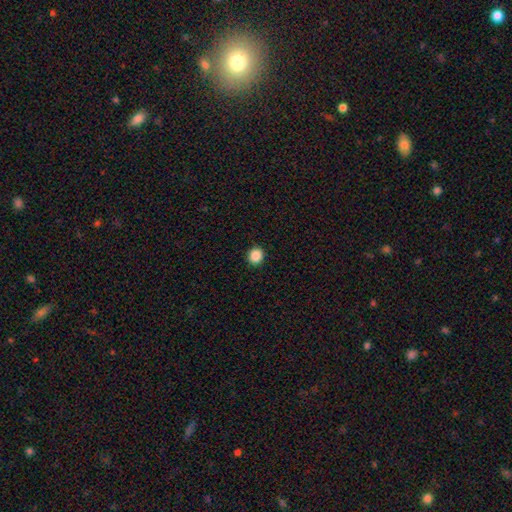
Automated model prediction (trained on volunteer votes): smooth-or-featured: smooth: 87% | star or artifact: 10% | featured or disk: 3%
  how-rounded: round: 89% | in between: 10% | cigar-shaped: 1%
  merging: none: 92% | minor disturbance: 5% | major disturbance: 2% | merger: 1%